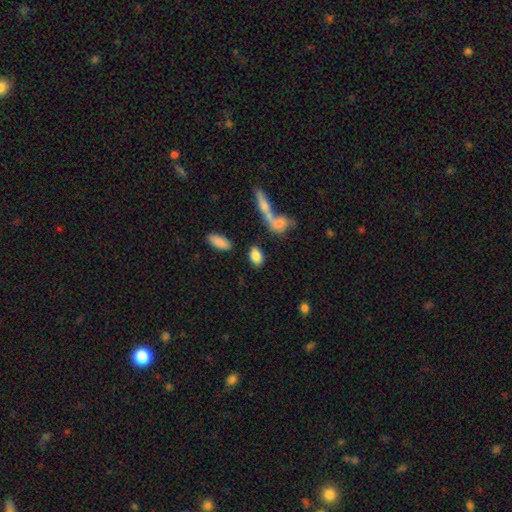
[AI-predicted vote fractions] Smooth or featured? smooth (84%)
How rounded? in between (89%)
Merging? none (75%)